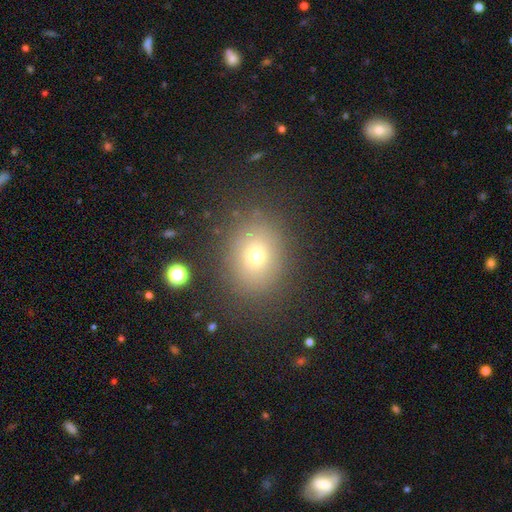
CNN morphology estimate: A smooth galaxy with no disk features (70%) that is round (52%). Merging: none (83%).